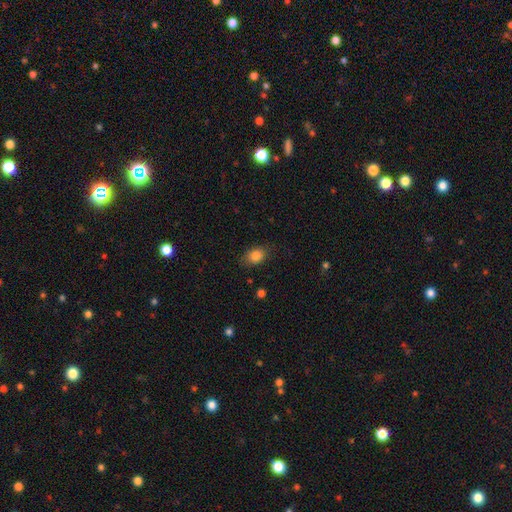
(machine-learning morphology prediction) Smooth or featured? smooth (84%)
How rounded? in between (74%)
Merging? none (81%)